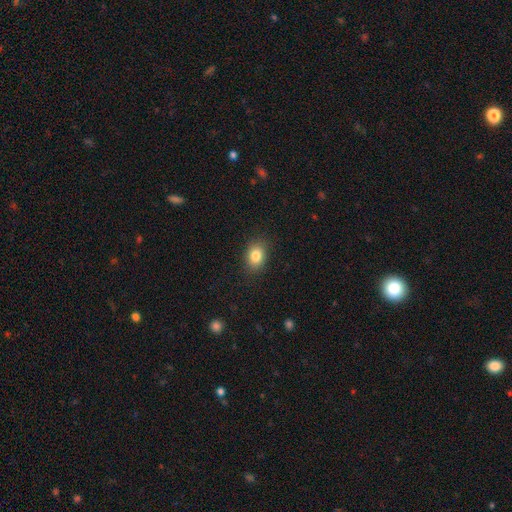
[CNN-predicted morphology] smooth_or_featured: smooth (p=0.83) [alt: star or artifact p=0.10]
how_rounded: in between (p=0.68) [alt: round p=0.30]
merging: none (p=0.87) [alt: minor disturbance p=0.10]